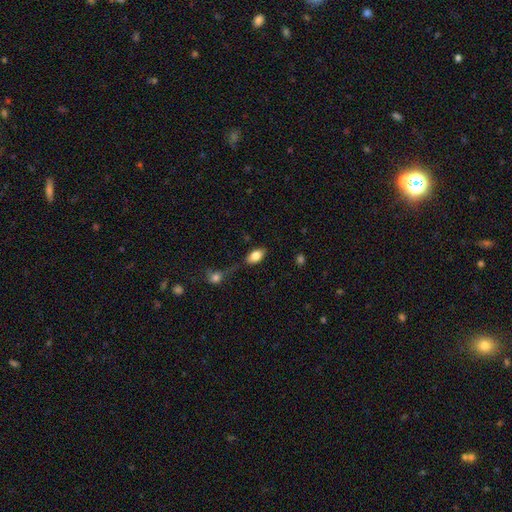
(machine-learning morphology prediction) Smooth or featured?
  - smooth: 81% *
  - featured or disk: 11%
  - star or artifact: 7%
How rounded?
  - in between: 90% *
  - round: 7%
  - cigar-shaped: 2%
Merging?
  - none: 66% *
  - minor disturbance: 15%
  - merger: 12%
  - major disturbance: 6%